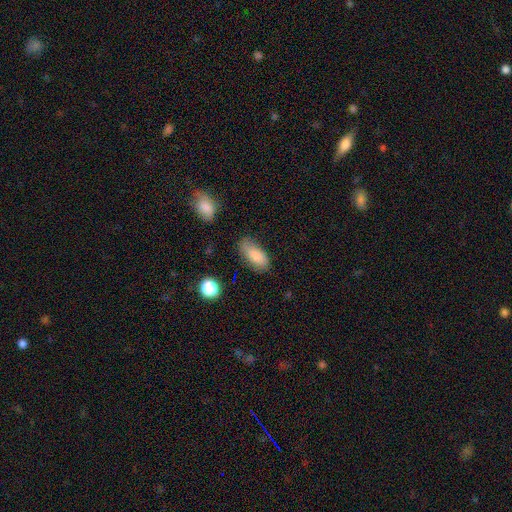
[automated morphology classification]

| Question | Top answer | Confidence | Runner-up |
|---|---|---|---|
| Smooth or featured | smooth | 82% | featured or disk (10%) |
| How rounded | in between | 90% | cigar-shaped (8%) |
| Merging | none | 65% | minor disturbance (26%) |